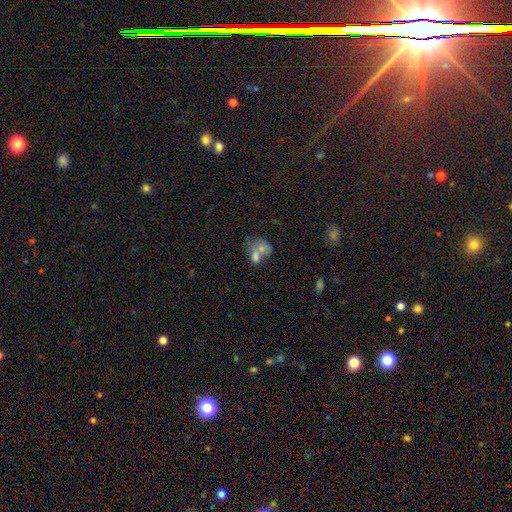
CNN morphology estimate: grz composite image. It shows a smooth galaxy with no disk features (64%) that is in between round and cigar-shaped (65%). Merging: merger (61%).